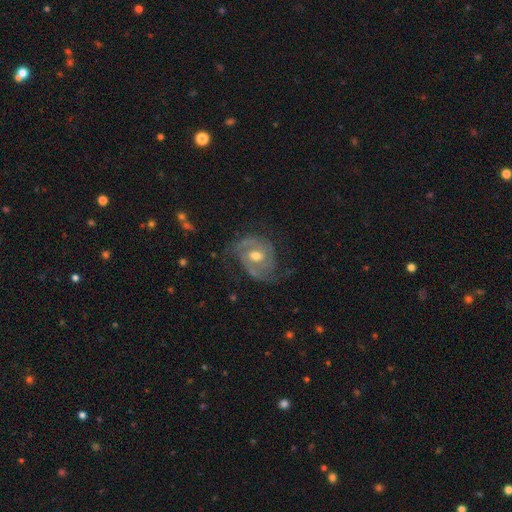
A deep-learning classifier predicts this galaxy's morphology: featured or disk 83%, smooth 11%, star or artifact 6%. Down the decision tree: edge-on disk — no (97%); bar — no (48%); spiral arms — yes (92%); spiral arm count — 2 (68%); spiral winding — medium (42%); bulge size — moderate (75%); merging — none (62%).